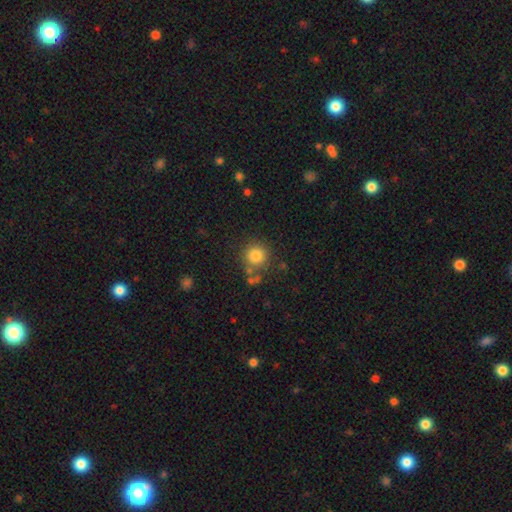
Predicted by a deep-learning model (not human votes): smooth 82%, star or artifact 11%, featured or disk 7%. Down the decision tree: how rounded — round (93%); merging — none (76%).